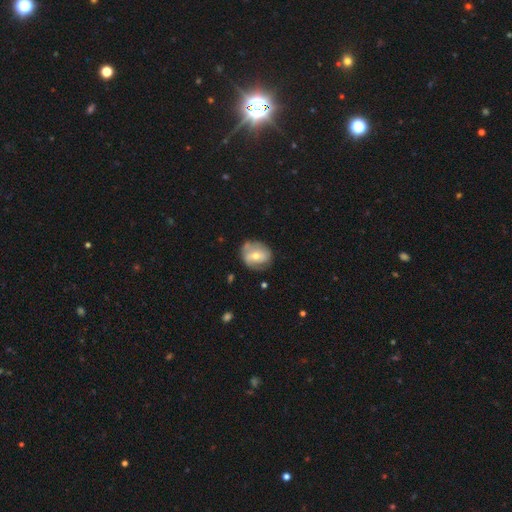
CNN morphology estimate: featured or disk 50%, smooth 43%, star or artifact 7%. Down the decision tree: merging — none (64%).